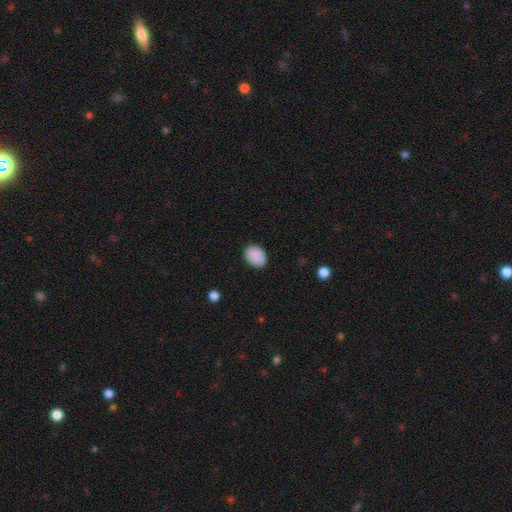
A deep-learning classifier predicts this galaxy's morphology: smooth_or_featured: smooth (p=0.90) [alt: star or artifact p=0.07]
how_rounded: in between (p=0.77) [alt: round p=0.22]
merging: none (p=0.88) [alt: minor disturbance p=0.09]